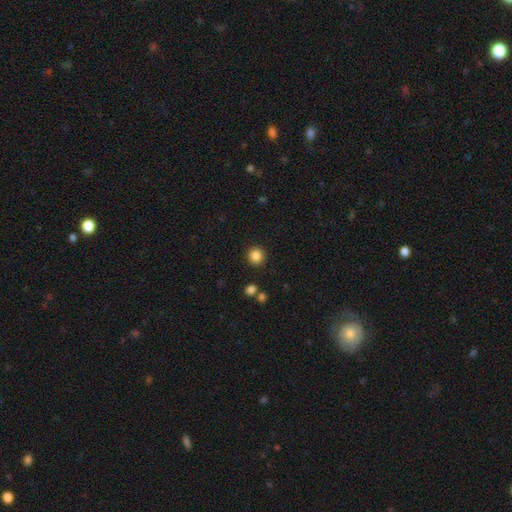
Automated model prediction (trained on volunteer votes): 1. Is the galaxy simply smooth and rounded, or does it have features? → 86% smooth, 11% star or artifact, 3% featured or disk.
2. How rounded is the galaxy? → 93% round, 6% in between, 1% cigar-shaped.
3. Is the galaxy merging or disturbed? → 90% none, 5% minor disturbance, 2% merger, 2% major disturbance.